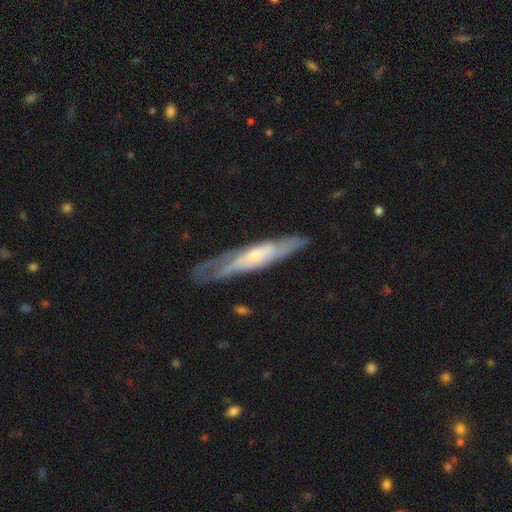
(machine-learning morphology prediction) A featured or disk galaxy (68%) viewed edge-on (54%). Merging: none (70%).